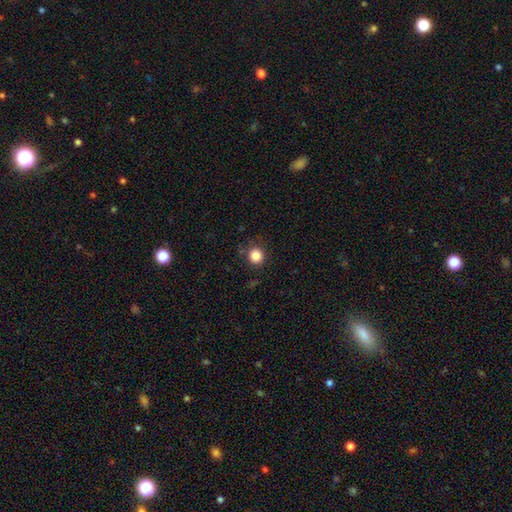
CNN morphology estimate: Overall: smooth (84%). How rounded: round (92%). Merging: none (86%).